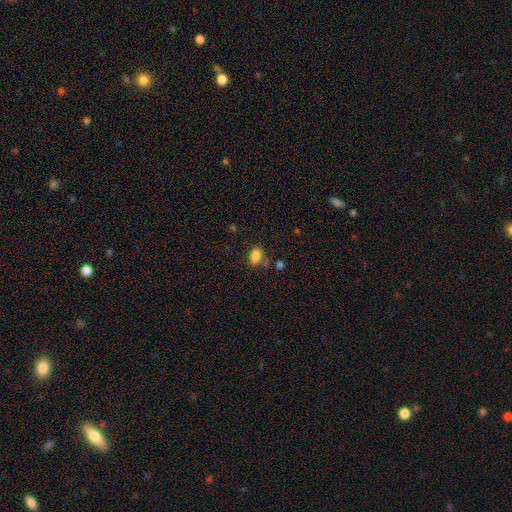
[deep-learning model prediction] This is clearly a smooth galaxy (84%). How rounded: likely in between (75%). Merging: likely none (68%).